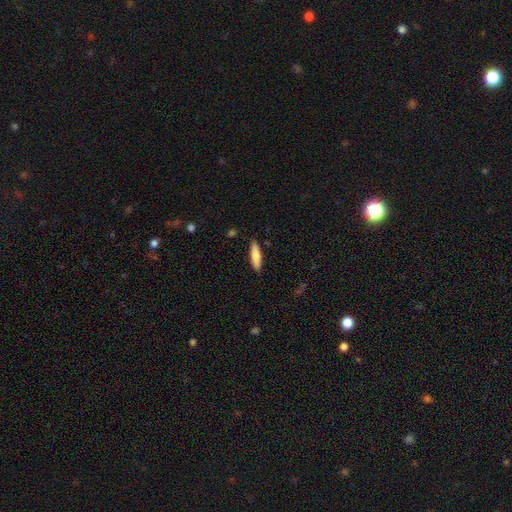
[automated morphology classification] The model was most divided on "how rounded": cigar-shaped: 72%, in between: 27%, round: 1%. More confident: merging — none (89%); smooth or featured — smooth (77%).